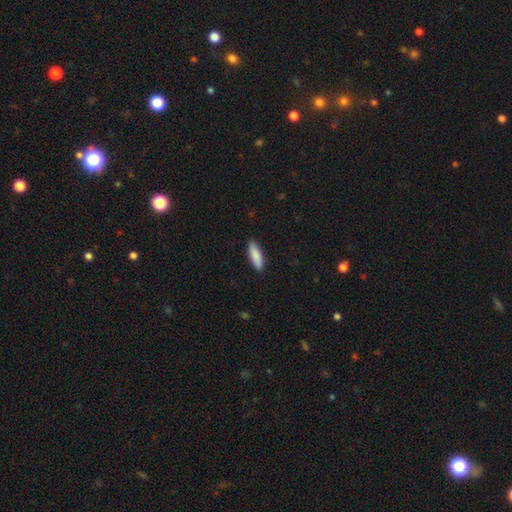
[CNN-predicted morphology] Smooth or featured?
  - smooth: 87% *
  - featured or disk: 8%
  - star or artifact: 5%
How rounded?
  - in between: 51% *
  - cigar-shaped: 47%
  - round: 2%
Merging?
  - none: 89% *
  - minor disturbance: 8%
  - major disturbance: 2%
  - merger: 1%